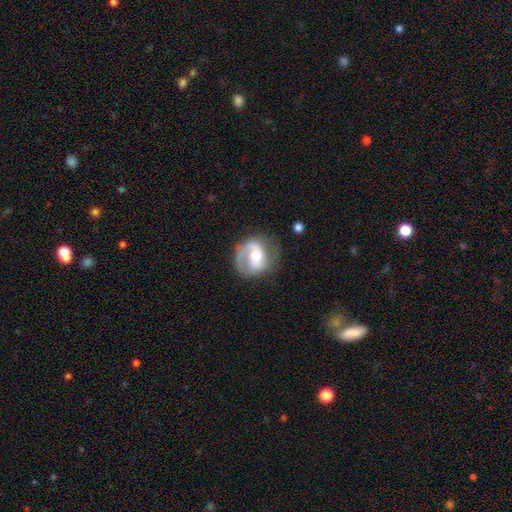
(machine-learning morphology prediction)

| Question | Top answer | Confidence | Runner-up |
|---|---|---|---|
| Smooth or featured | featured or disk | 79% | smooth (16%) |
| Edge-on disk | no | 98% | yes (2%) |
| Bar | weak | 43% | no (39%) |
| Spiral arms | yes | 93% | no (7%) |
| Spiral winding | medium | 48% | loose (28%) |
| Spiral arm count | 2 | 62% | 1 (29%) |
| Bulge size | moderate | 68% | small (17%) |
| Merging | none | 67% | minor disturbance (19%) |